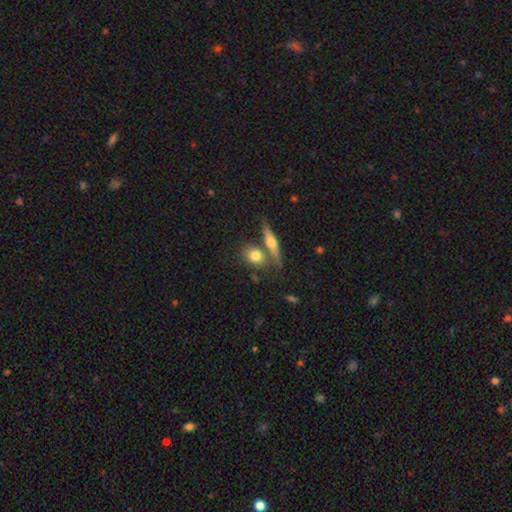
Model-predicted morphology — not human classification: Smooth or featured? Predicted: smooth (p=0.73). How rounded? Predicted: round (p=0.54). Merging? Predicted: none (p=0.58).